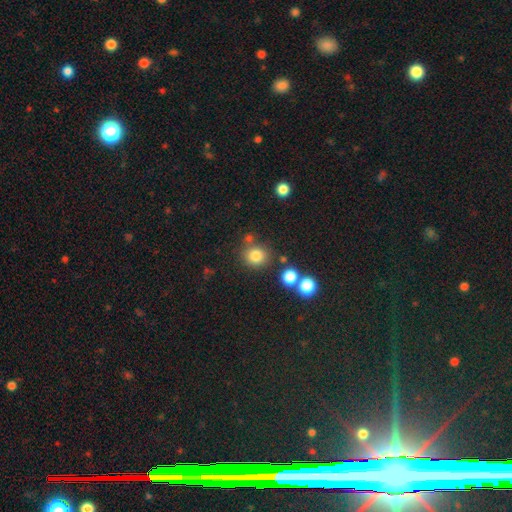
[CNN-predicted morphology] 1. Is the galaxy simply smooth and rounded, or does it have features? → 81% smooth, 13% star or artifact, 6% featured or disk.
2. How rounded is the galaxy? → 83% round, 16% in between, 1% cigar-shaped.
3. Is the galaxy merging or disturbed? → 76% none, 10% minor disturbance, 9% merger, 4% major disturbance.